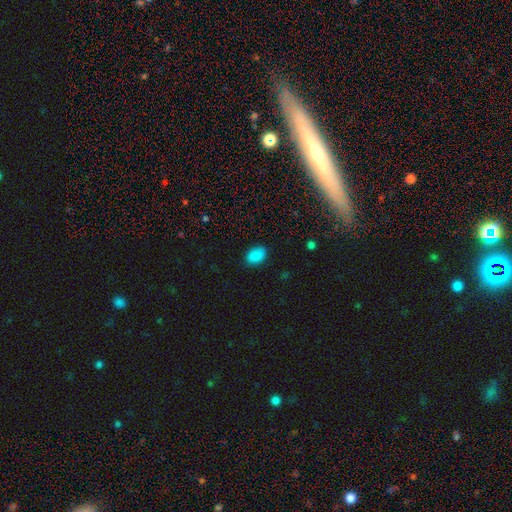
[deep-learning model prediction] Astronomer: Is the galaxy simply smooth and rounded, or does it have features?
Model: smooth — 87%.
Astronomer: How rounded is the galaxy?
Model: in between — 85%.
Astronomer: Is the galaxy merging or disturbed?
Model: none — 86%.